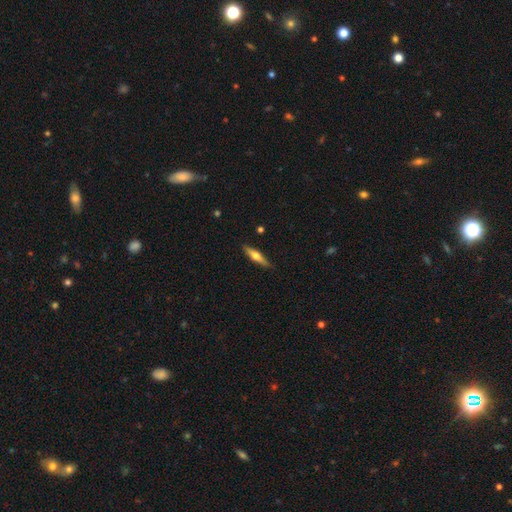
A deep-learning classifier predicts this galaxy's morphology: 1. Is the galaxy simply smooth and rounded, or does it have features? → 52% featured or disk, 43% smooth, 6% star or artifact.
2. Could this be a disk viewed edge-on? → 94% yes, 6% no.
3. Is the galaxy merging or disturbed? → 89% none, 8% minor disturbance, 2% major disturbance, 1% merger.